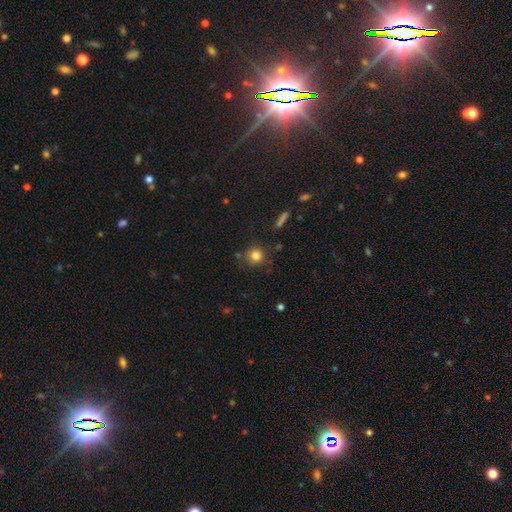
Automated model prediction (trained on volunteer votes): A smooth galaxy with no disk features (81%) that is round (91%).

Vote fractions:
- Smooth or featured? smooth: 81% / star or artifact: 12% / featured or disk: 7%
- How rounded? round: 91% / in between: 8% / cigar-shaped: 1%
- Merging? none: 79% / minor disturbance: 12% / merger: 5% / major disturbance: 4%